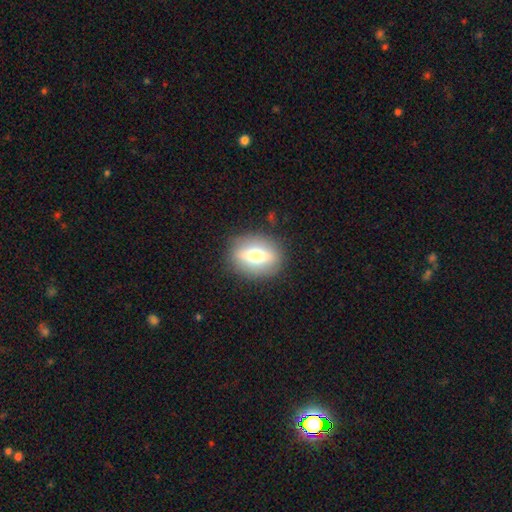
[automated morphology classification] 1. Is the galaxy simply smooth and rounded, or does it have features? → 57% smooth, 34% featured or disk, 9% star or artifact.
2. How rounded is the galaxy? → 56% in between, 39% round, 5% cigar-shaped.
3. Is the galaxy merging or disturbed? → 85% none, 10% minor disturbance, 4% major disturbance, 1% merger.